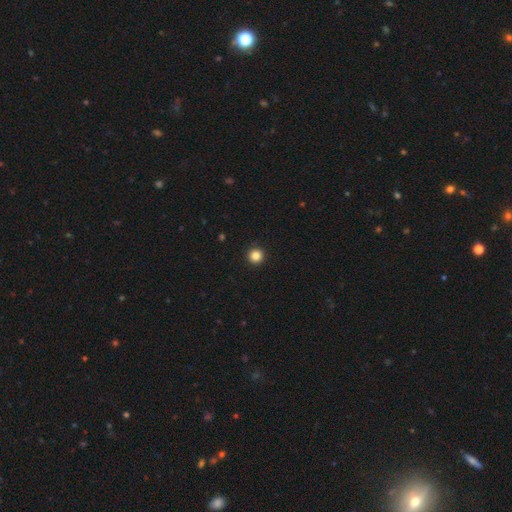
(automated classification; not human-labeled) Overall: smooth (85%). How rounded: round (96%). Merging: none (94%).